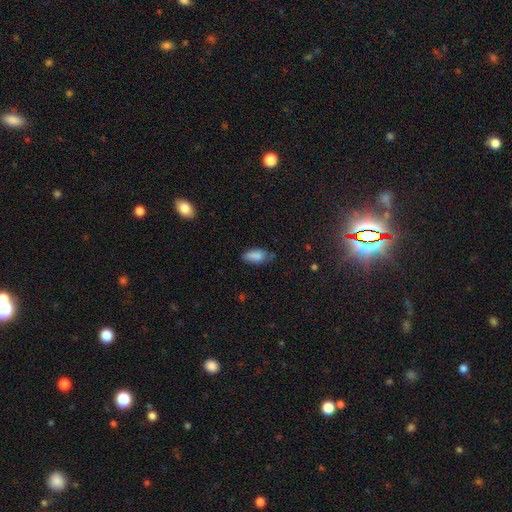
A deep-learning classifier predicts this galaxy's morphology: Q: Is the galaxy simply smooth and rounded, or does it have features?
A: smooth — 84%.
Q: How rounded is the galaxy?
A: in between — 90%.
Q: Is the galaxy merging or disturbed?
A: none — 57%.